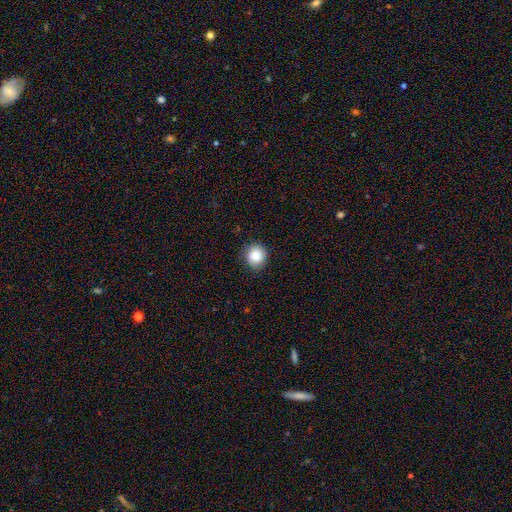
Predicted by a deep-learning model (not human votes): Smooth or featured? Predicted: smooth (p=0.86). How rounded? Predicted: round (p=0.86). Merging? Predicted: none (p=0.85).